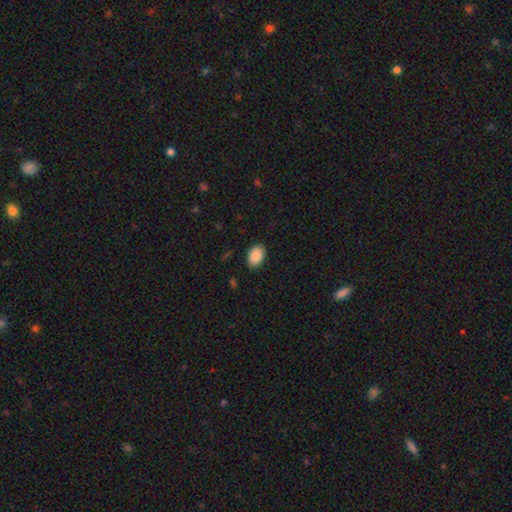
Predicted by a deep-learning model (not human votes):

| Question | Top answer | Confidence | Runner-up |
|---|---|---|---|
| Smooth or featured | smooth | 90% | star or artifact (7%) |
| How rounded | in between | 88% | round (11%) |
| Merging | none | 88% | minor disturbance (9%) |